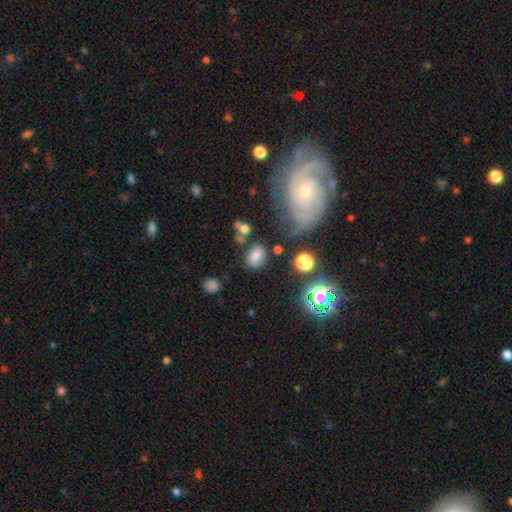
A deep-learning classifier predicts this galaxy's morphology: The model was most divided on "how rounded": in between: 57%, round: 42%, cigar-shaped: 1%. More confident: merging — none (72%); smooth or featured — smooth (70%).